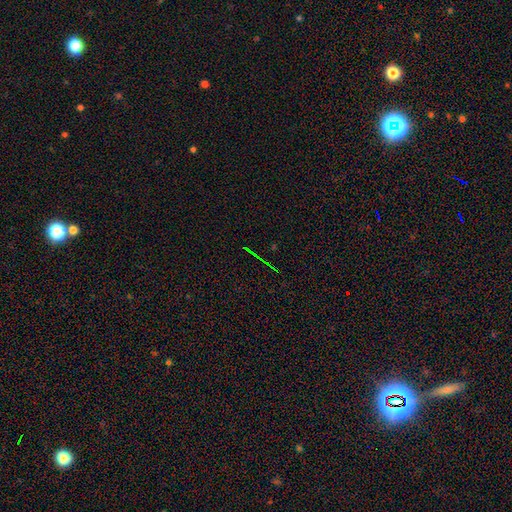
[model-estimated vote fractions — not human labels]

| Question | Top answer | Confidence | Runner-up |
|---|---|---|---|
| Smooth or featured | star or artifact | 74% | featured or disk (15%) |